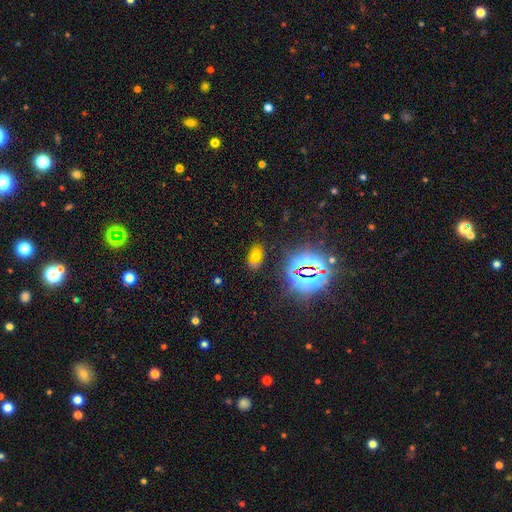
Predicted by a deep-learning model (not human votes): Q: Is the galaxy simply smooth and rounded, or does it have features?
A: smooth — 50%.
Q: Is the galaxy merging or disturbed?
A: none — 68%.